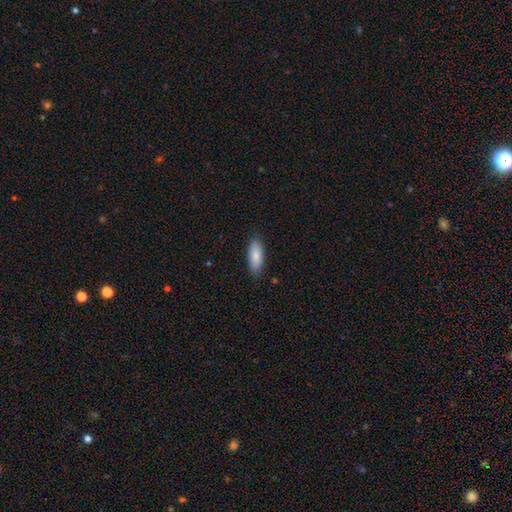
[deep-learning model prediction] smooth_or_featured: smooth (p=0.85) [alt: featured or disk p=0.09]
how_rounded: in between (p=0.73) [alt: cigar-shaped p=0.25]
merging: none (p=0.87) [alt: minor disturbance p=0.10]